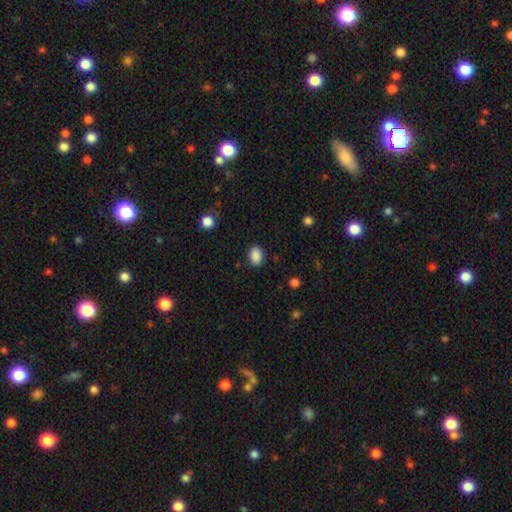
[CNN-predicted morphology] A smooth galaxy with no disk features (89%) that is in between round and cigar-shaped (75%). Merging: none (88%).